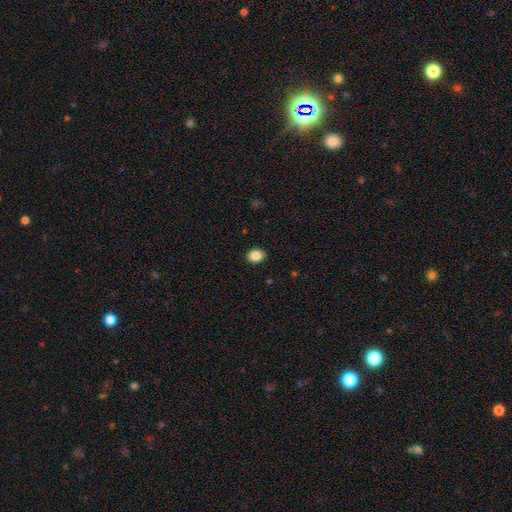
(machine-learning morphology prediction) Smooth or featured: smooth — 86% (star or artifact — 9%)
How rounded: in between — 54% (round — 45%)
Merging: none — 91% (minor disturbance — 6%)